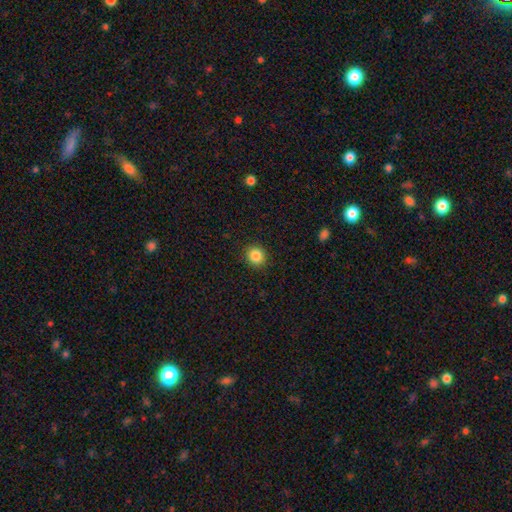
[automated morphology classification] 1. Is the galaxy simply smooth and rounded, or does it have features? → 86% smooth, 10% star or artifact, 4% featured or disk.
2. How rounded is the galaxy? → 84% round, 15% in between, 1% cigar-shaped.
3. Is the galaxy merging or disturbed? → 91% none, 6% minor disturbance, 2% major disturbance, 1% merger.